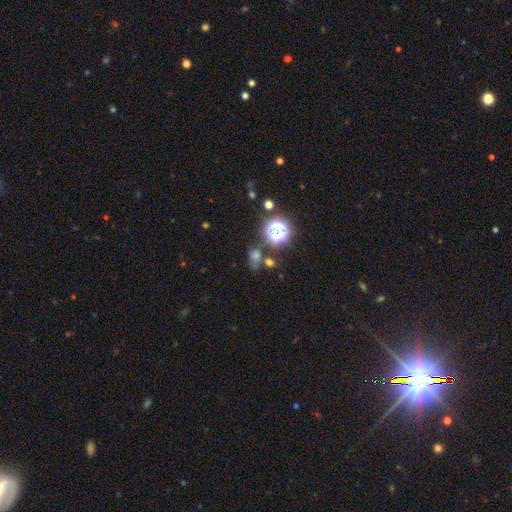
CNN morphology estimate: This is possibly a star or artifact rather than a galaxy (48%).